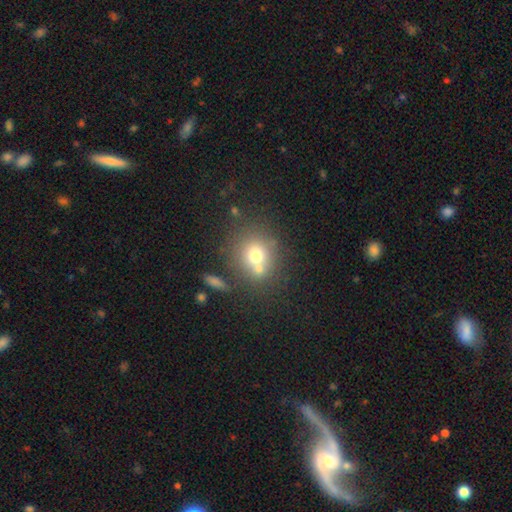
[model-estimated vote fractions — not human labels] smooth-or-featured: smooth: 68% | featured or disk: 18% | star or artifact: 14%
  how-rounded: round: 77% | in between: 21% | cigar-shaped: 1%
  merging: none: 54% | merger: 30% | minor disturbance: 12% | major disturbance: 5%